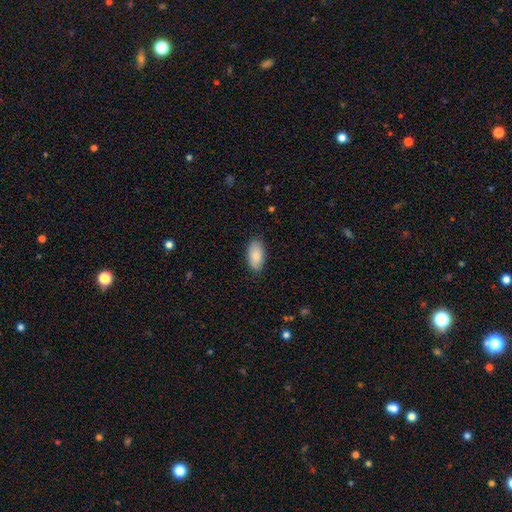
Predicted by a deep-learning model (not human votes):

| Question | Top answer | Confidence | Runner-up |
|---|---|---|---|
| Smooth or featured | smooth | 86% | featured or disk (8%) |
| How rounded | in between | 93% | cigar-shaped (4%) |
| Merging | none | 86% | minor disturbance (11%) |